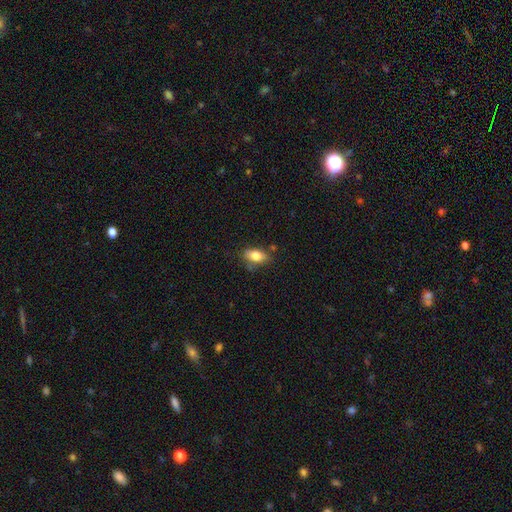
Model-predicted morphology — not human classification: Smooth or featured? Predicted: smooth (p=0.81). How rounded? Predicted: in between (p=0.87). Merging? Predicted: none (p=0.74).